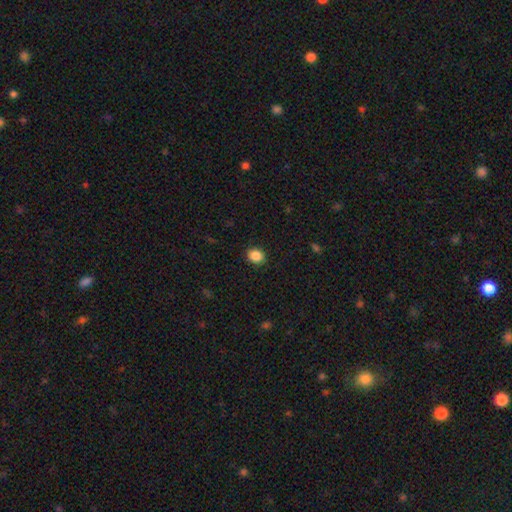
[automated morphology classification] type=smooth (87%); roundness=round (62%); merging=none (90%).